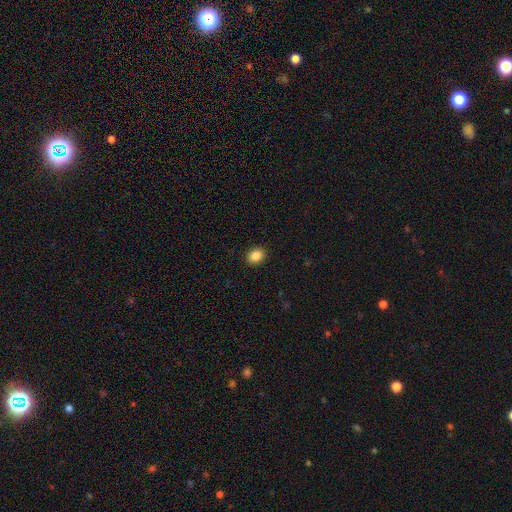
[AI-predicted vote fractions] Morphology: type=smooth (86%); roundness=in between (53%); merging=none (91%).